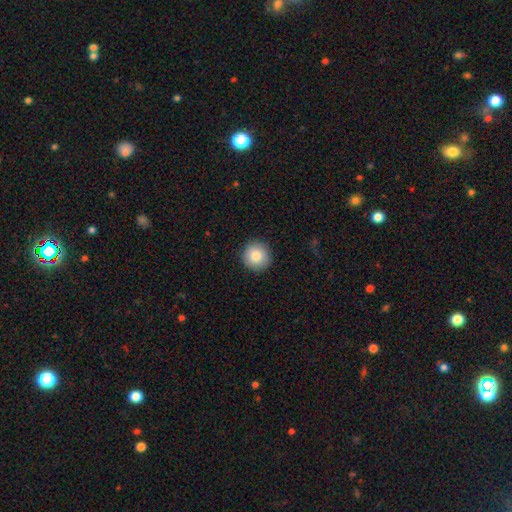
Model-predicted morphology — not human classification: smooth 84%, star or artifact 8%, featured or disk 8%. Down the decision tree: how rounded — round (95%); merging — none (92%).